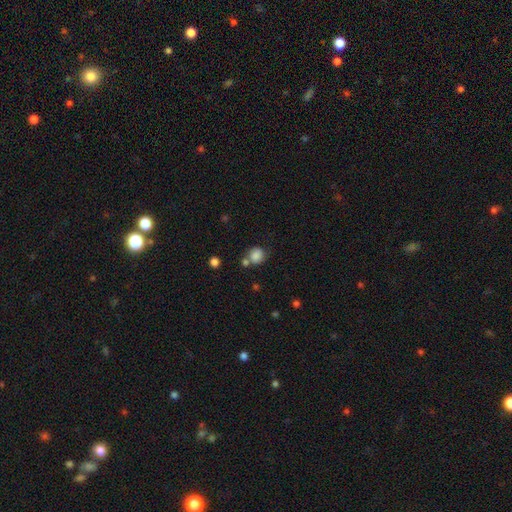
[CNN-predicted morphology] Smooth or featured? Predicted: smooth (p=0.81). How rounded? Predicted: round (p=0.76). Merging? Predicted: none (p=0.51).